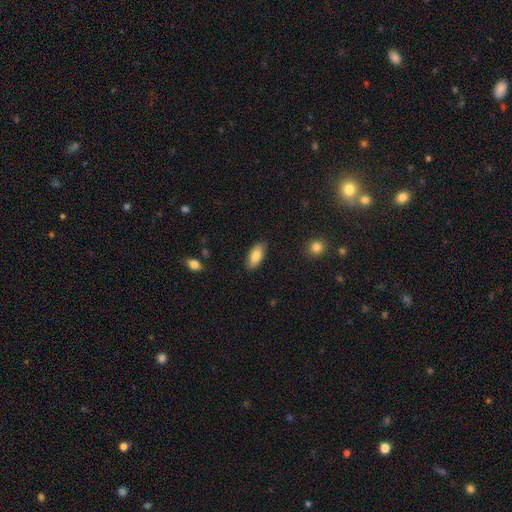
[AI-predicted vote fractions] smooth 82%, featured or disk 12%, star or artifact 6%. Down the decision tree: how rounded — in between (89%); merging — none (87%).